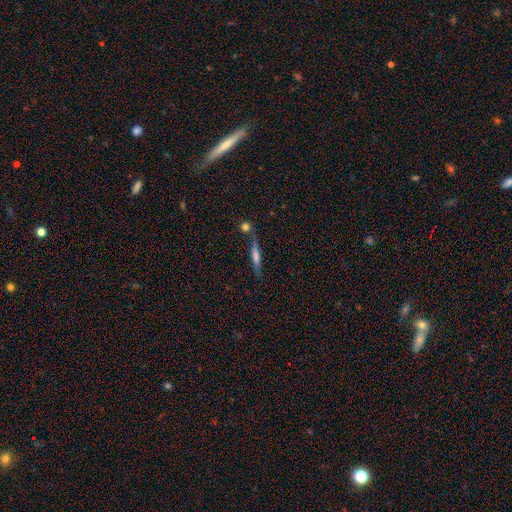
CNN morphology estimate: This is possibly a smooth galaxy (51%). How rounded: clearly cigar-shaped (86%). Merging: likely none (67%).